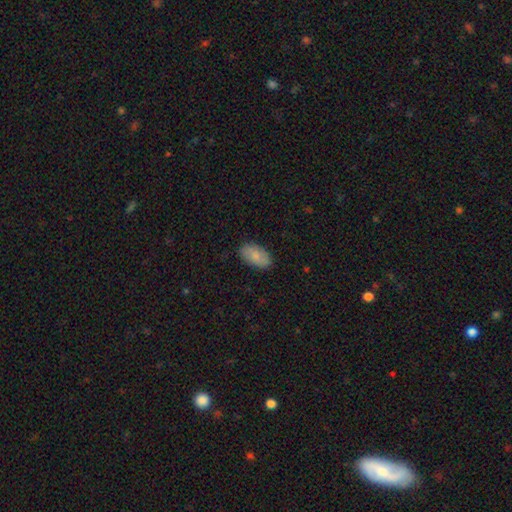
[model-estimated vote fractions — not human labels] Q: Smooth or featured?
A: smooth (82%); runner-up: featured or disk (12%)
Q: How rounded?
A: in between (94%); runner-up: round (3%)
Q: Merging?
A: none (86%); runner-up: minor disturbance (11%)